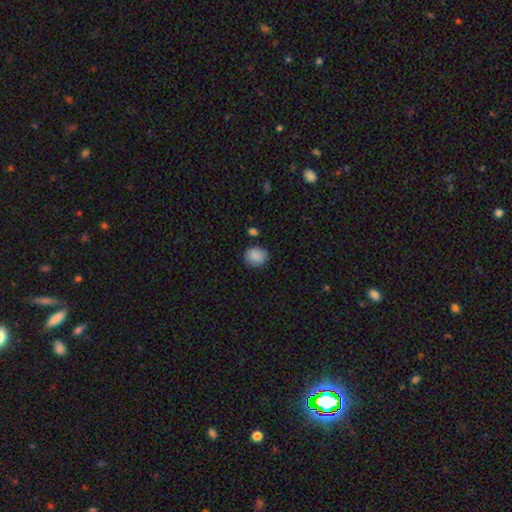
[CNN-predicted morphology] Q: Smooth or featured?
A: smooth (88%); runner-up: star or artifact (9%)
Q: How rounded?
A: round (76%); runner-up: in between (23%)
Q: Merging?
A: none (82%); runner-up: minor disturbance (12%)